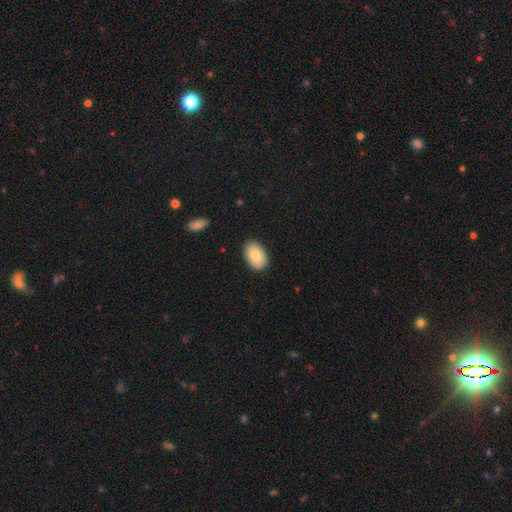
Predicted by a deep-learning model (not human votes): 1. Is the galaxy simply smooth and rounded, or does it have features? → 81% smooth, 13% featured or disk, 6% star or artifact.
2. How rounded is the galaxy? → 92% in between, 7% round, 1% cigar-shaped.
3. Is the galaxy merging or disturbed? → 86% none, 11% minor disturbance, 2% major disturbance, 1% merger.